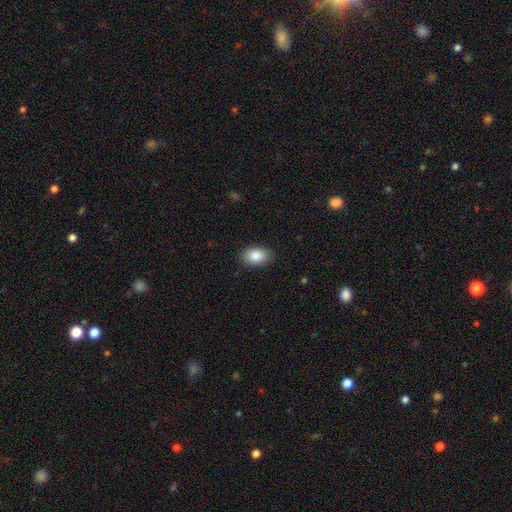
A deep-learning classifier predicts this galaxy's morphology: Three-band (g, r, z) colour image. It shows a smooth galaxy with no disk features (86%) that is in between round and cigar-shaped (90%). Merging: none (88%).